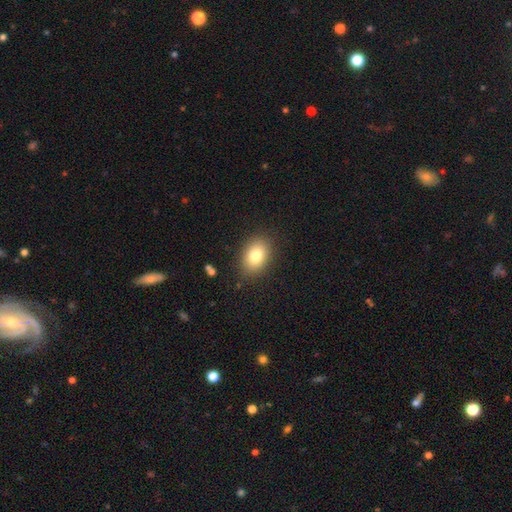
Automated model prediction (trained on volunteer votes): This appears to be a smooth galaxy with no disk features (80%) that is in between round and cigar-shaped (74%). Merging: none (86%).